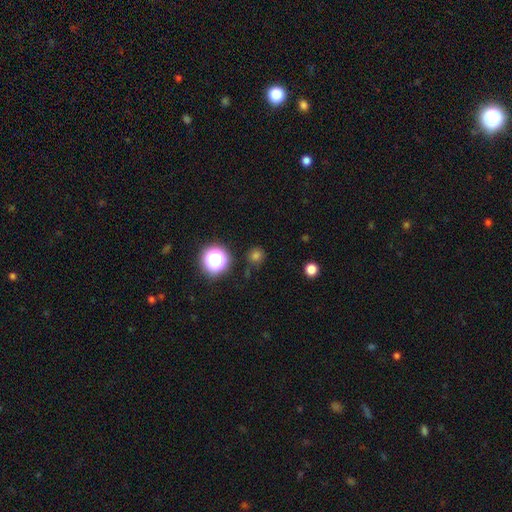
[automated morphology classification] type=smooth (70%); roundness=round (91%); merging=none (83%).